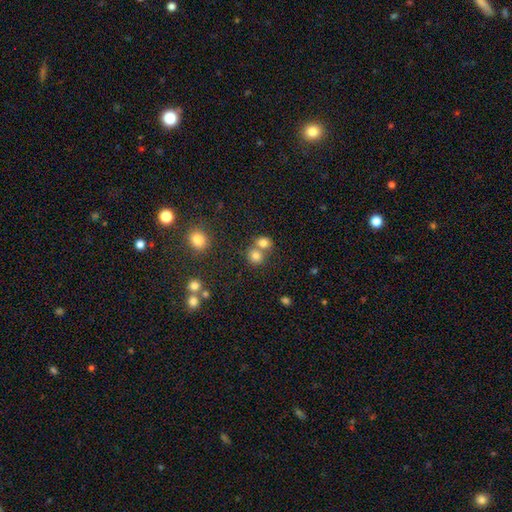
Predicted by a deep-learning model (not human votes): Smooth or featured? Predicted: smooth (p=0.77). How rounded? Predicted: round (p=0.82). Merging? Predicted: none (p=0.49).